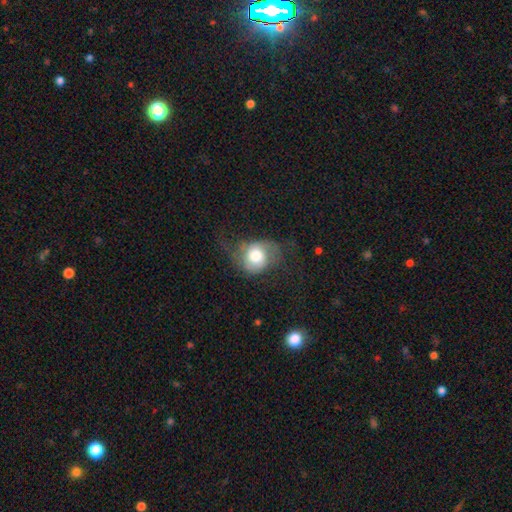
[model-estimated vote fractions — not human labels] Q: Smooth or featured?
A: smooth (54%); runner-up: featured or disk (38%)
Q: How rounded?
A: round (67%); runner-up: in between (32%)
Q: Merging?
A: none (39%); runner-up: major disturbance (32%)